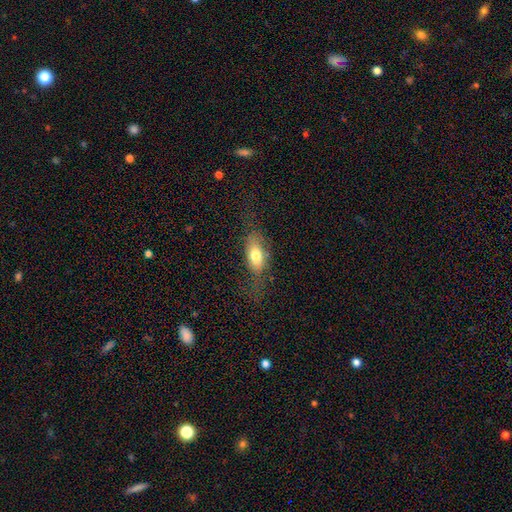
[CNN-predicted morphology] Q: Smooth or featured?
A: smooth (73%); runner-up: featured or disk (19%)
Q: How rounded?
A: in between (85%); runner-up: cigar-shaped (9%)
Q: Merging?
A: none (57%); runner-up: minor disturbance (24%)